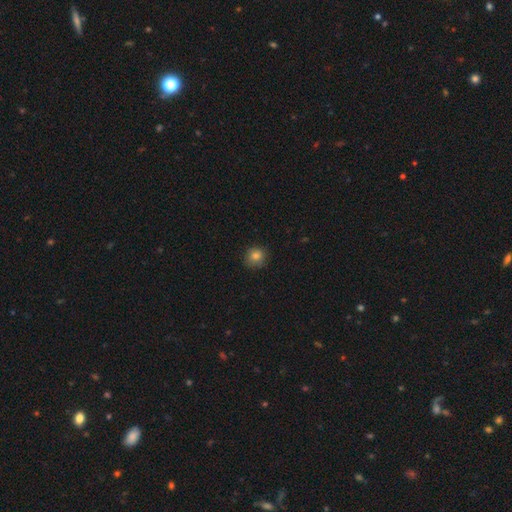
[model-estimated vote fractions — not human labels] Morphology: type=smooth (83%); roundness=round (88%); merging=none (83%).